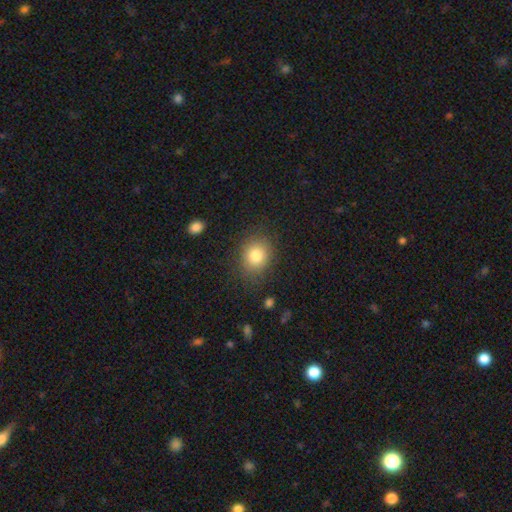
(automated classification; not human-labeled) The model was most divided on "how rounded": round: 65%, in between: 34%, cigar-shaped: 1%. More confident: merging — none (83%); smooth or featured — smooth (81%).